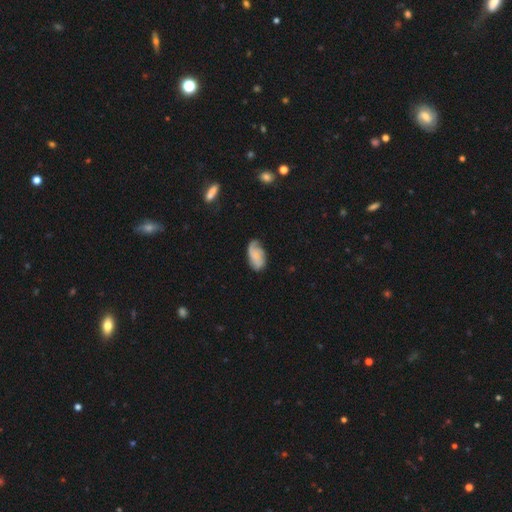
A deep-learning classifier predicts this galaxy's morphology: Smooth or featured? featured or disk (53%)
Edge-on disk? no (95%)
Bar? no (70%)
Spiral arms? yes (89%)
Bulge size? small (54%)
Merging? none (60%)